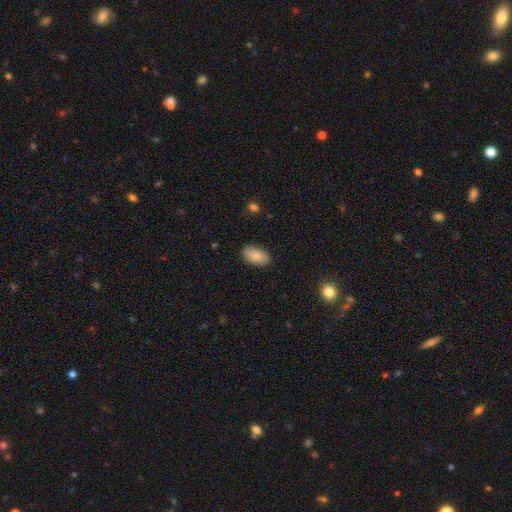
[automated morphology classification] smooth 85%, featured or disk 9%, star or artifact 7%. Down the decision tree: how rounded — in between (94%); merging — none (86%).